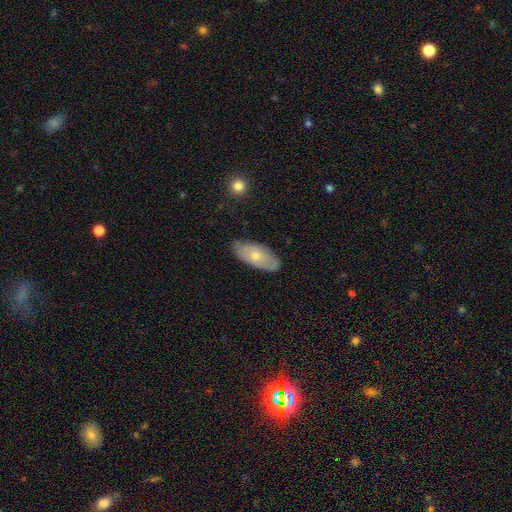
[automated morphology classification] Overall: smooth (54%; featured or disk 40%). How rounded: in between (89%). Merging: none (76%).